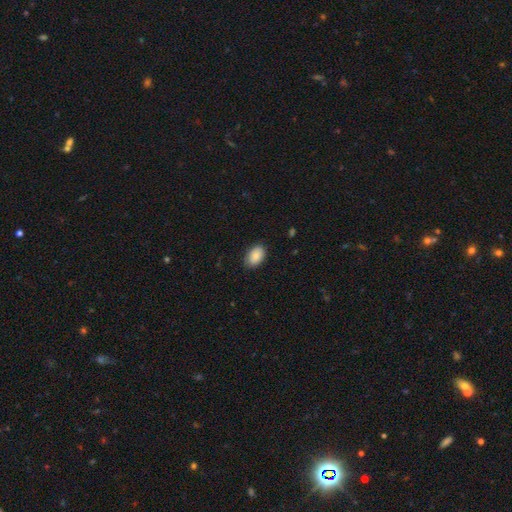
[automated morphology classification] Smooth or featured: smooth — 86% (featured or disk — 7%)
How rounded: in between — 91% (round — 7%)
Merging: none — 82% (minor disturbance — 14%)